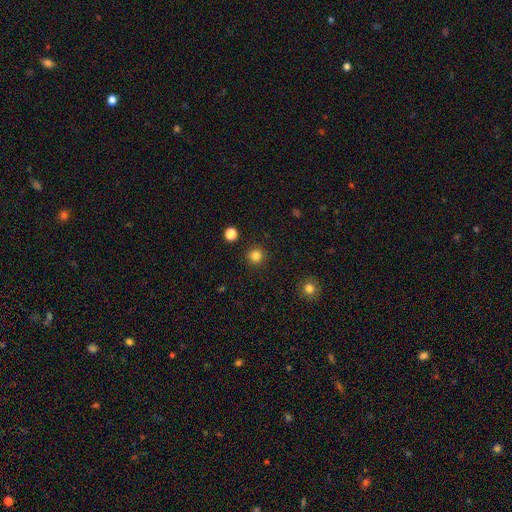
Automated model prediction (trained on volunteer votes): Smooth or featured? Predicted: smooth (p=0.83). How rounded? Predicted: round (p=0.95). Merging? Predicted: none (p=0.92).